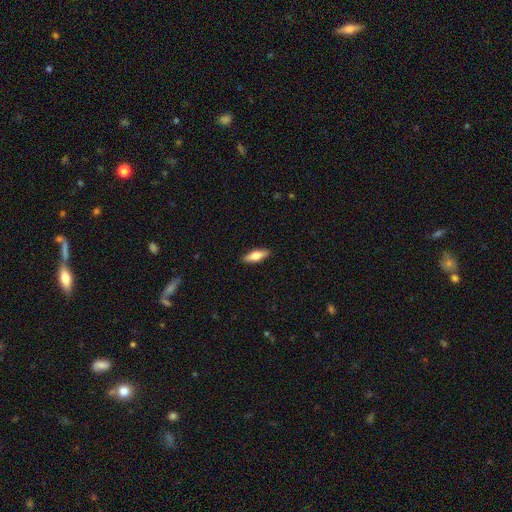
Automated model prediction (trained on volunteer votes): smooth_or_featured: smooth (p=0.64) [alt: featured or disk p=0.31]
how_rounded: in between (p=0.57) [alt: cigar-shaped p=0.40]
merging: none (p=0.90) [alt: minor disturbance p=0.08]